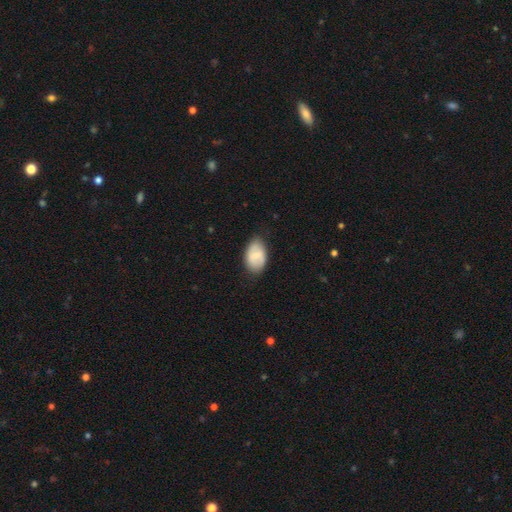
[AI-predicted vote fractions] A smooth galaxy with no disk features (64%) that is in between round and cigar-shaped (90%).

Vote fractions:
- Smooth or featured? smooth: 64% / featured or disk: 29% / star or artifact: 7%
- How rounded? in between: 90% / round: 9% / cigar-shaped: 1%
- Merging? none: 77% / minor disturbance: 19% / major disturbance: 4% / merger: 1%